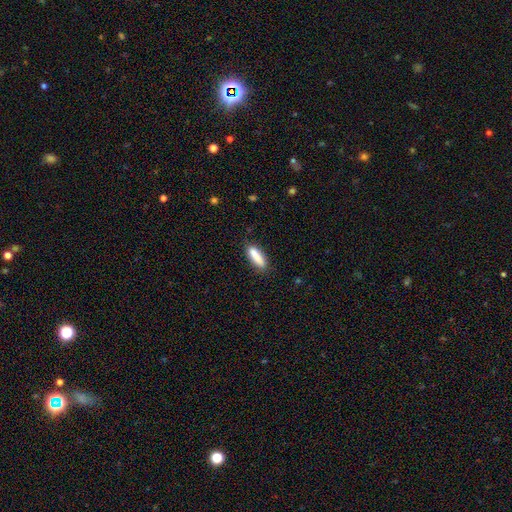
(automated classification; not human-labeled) smooth-or-featured: smooth: 83% | featured or disk: 10% | star or artifact: 7%
  how-rounded: cigar-shaped: 62% | in between: 36% | round: 2%
  merging: none: 79% | minor disturbance: 15% | major disturbance: 3% | merger: 3%